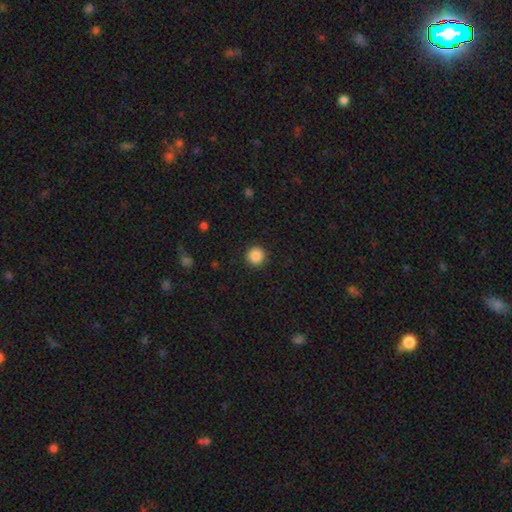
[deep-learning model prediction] Morphology: type=smooth (88%); roundness=round (95%); merging=none (92%).